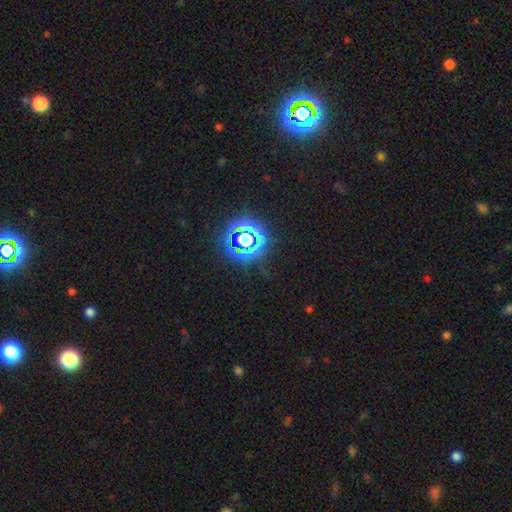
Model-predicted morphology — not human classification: smooth-or-featured: star or artifact: 78% | smooth: 16% | featured or disk: 6%